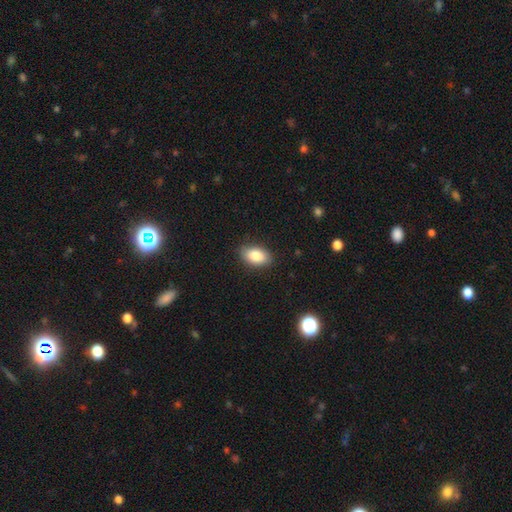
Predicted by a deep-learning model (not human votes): A smooth galaxy with no disk features (85%) that is in between round and cigar-shaped (92%). Merging: none (86%).